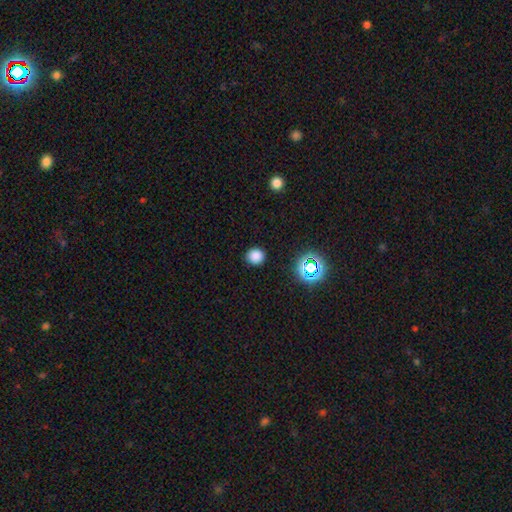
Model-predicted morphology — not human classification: Smooth or featured? smooth (80%)
How rounded? round (90%)
Merging? none (90%)